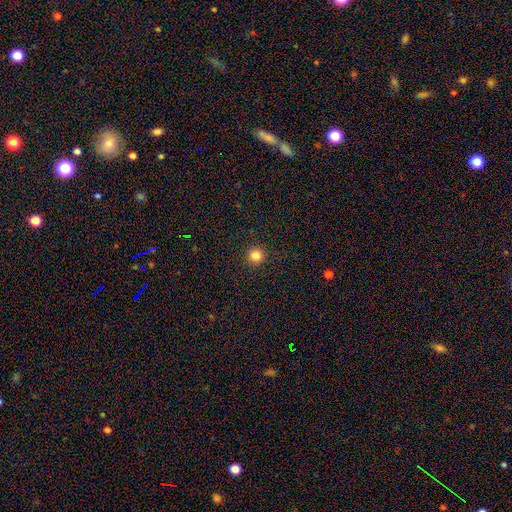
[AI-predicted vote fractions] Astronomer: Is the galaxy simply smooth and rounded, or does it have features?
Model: smooth — 84%.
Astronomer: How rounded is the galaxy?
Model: round — 95%.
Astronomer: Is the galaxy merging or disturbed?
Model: none — 93%.